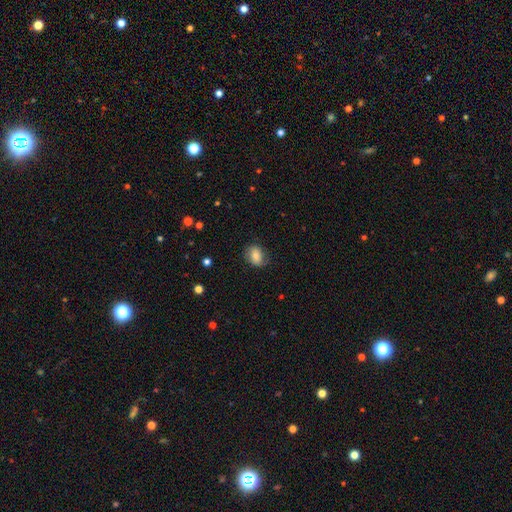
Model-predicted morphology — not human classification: Smooth or featured? Predicted: smooth (p=0.74). How rounded? Predicted: in between (p=0.59). Merging? Predicted: none (p=0.71).